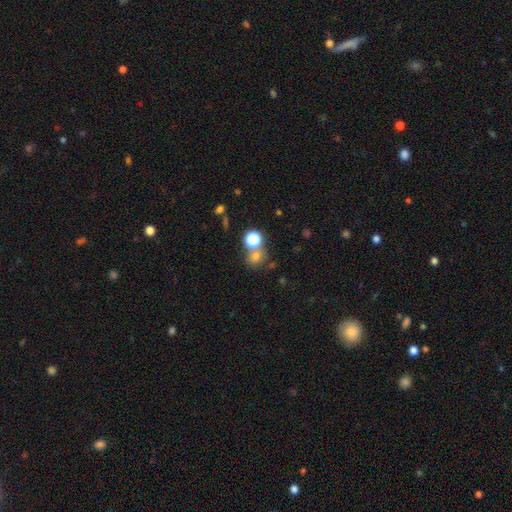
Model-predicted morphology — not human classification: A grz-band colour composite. It shows a smooth galaxy with no disk features (68%) that is round (78%). Merging: none (60%).